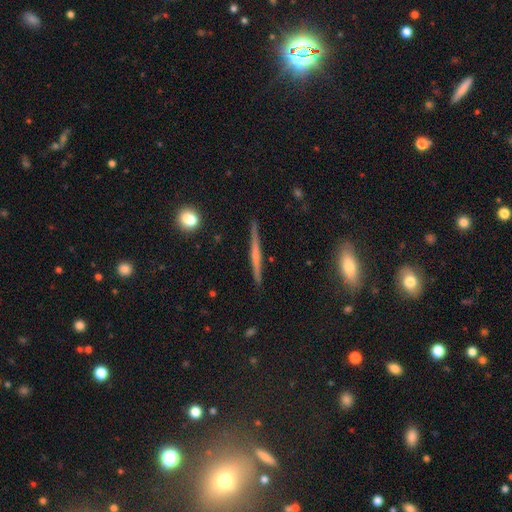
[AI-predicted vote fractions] Smooth or featured: featured or disk — 60% (smooth — 32%)
Edge-on disk: yes — 97% (no — 3%)
Edge-on bulge: none — 54% (rounded — 35%)
Merging: none — 90% (minor disturbance — 7%)